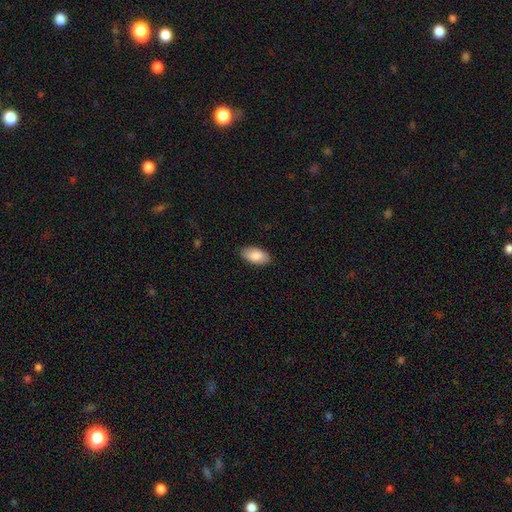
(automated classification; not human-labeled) The model was most divided on "merging": none: 87%, minor disturbance: 10%, major disturbance: 2%, merger: 1%. More confident: how rounded — in between (94%); smooth or featured — smooth (87%).